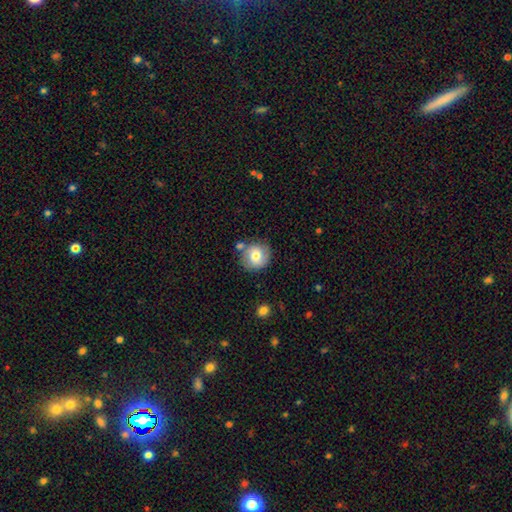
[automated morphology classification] The model was most divided on "smooth or featured": smooth: 70%, featured or disk: 22%, star or artifact: 8%. More confident: how rounded — round (88%); merging — none (70%).